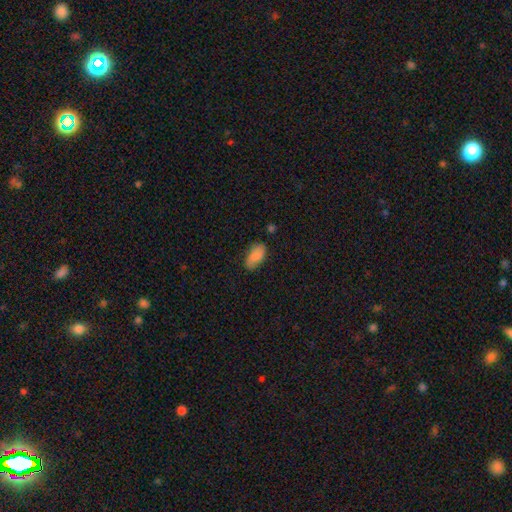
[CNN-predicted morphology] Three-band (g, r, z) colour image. It shows a smooth galaxy with no disk features (82%) that is in between round and cigar-shaped (93%). Merging: none (72%).